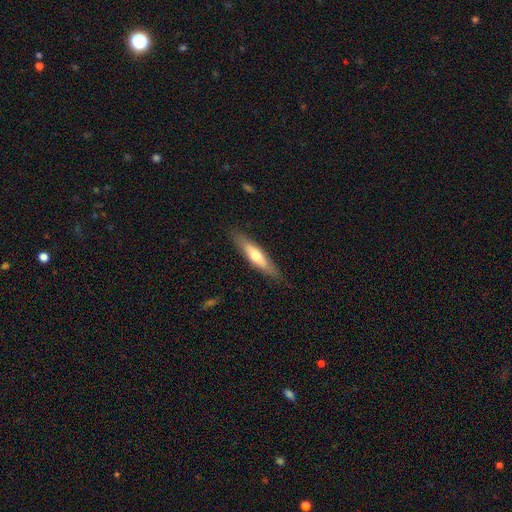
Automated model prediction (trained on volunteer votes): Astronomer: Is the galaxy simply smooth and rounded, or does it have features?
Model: smooth — 53% (runner-up: featured or disk, 42%).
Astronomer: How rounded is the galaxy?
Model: cigar-shaped — 74%.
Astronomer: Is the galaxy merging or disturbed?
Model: none — 85%.